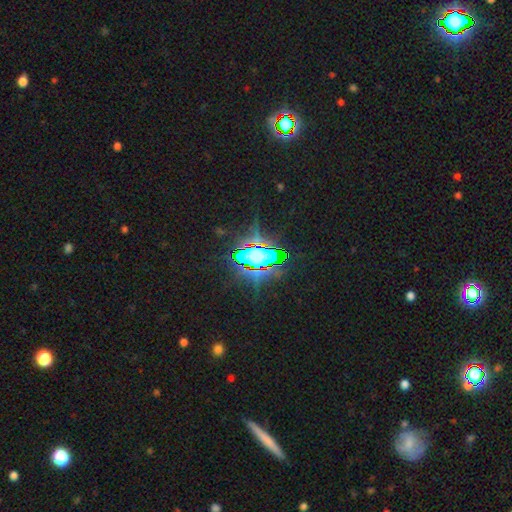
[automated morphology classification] Smooth or featured?
  - star or artifact: 70% *
  - smooth: 17%
  - featured or disk: 14%